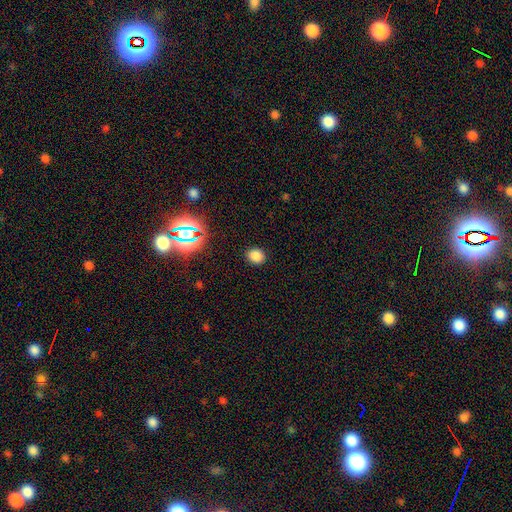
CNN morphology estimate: Smooth or featured? Predicted: smooth (p=0.80). How rounded? Predicted: round (p=0.62). Merging? Predicted: none (p=0.89).